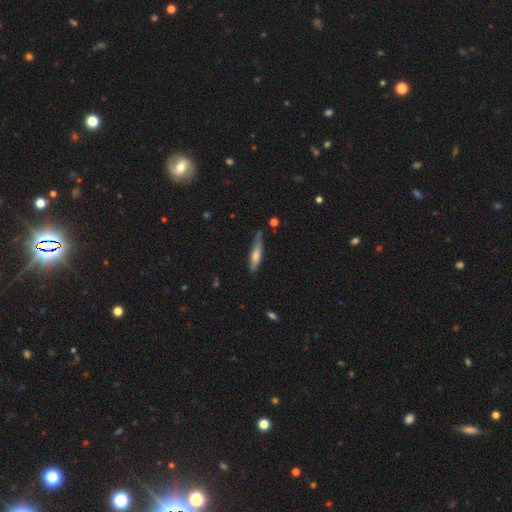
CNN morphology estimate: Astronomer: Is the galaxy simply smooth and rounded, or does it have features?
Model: smooth — 57% (runner-up: featured or disk, 36%).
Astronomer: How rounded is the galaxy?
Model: cigar-shaped — 79%.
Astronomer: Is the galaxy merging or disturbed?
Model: none — 63%.